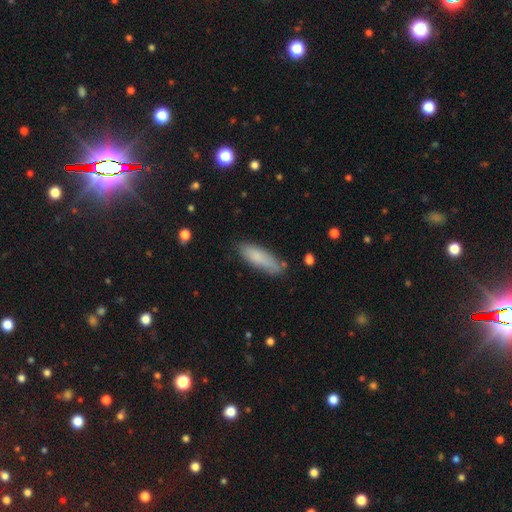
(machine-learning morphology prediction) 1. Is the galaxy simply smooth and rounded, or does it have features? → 81% smooth, 11% featured or disk, 8% star or artifact.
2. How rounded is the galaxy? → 53% cigar-shaped, 45% in between, 2% round.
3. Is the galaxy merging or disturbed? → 77% none, 17% minor disturbance, 3% major disturbance, 2% merger.